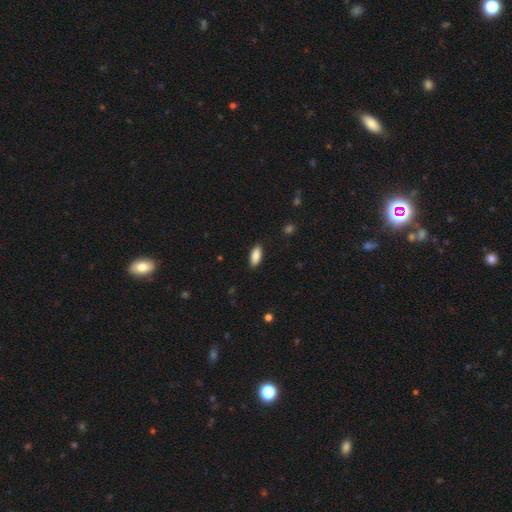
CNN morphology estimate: This appears to be a smooth galaxy with no disk features (88%) that is in between round and cigar-shaped (85%). Merging: none (88%).